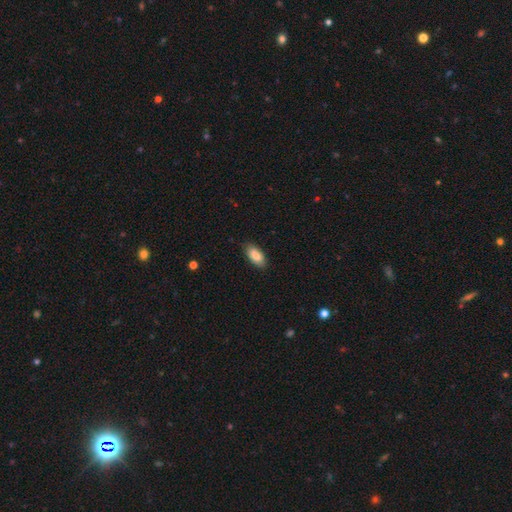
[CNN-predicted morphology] smooth 84%, featured or disk 9%, star or artifact 6%. Down the decision tree: how rounded — in between (91%); merging — none (84%).